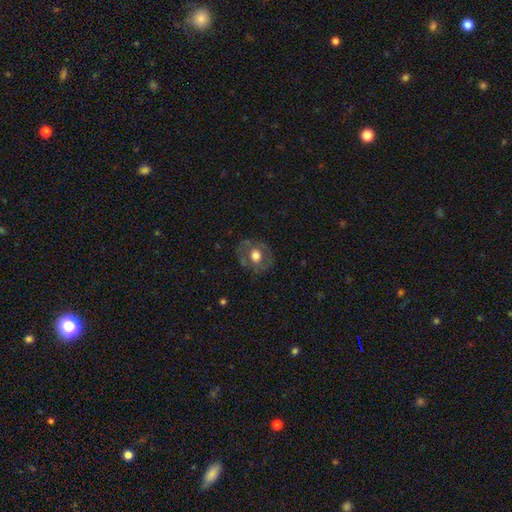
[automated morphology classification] Overall: smooth (49%; featured or disk 43%). Merging: none (75%).